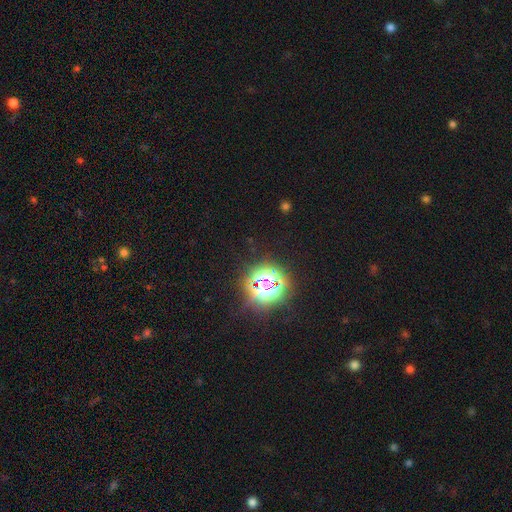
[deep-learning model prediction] star or artifact 81%, smooth 14%, featured or disk 5%.